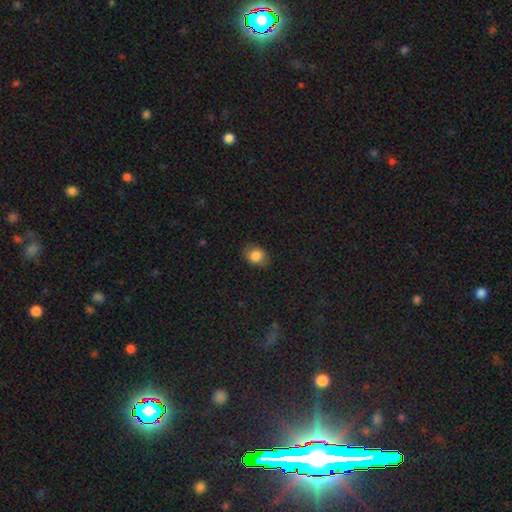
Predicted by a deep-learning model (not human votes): A smooth galaxy with no disk features (83%) that is in between round and cigar-shaped (54%).

Vote fractions:
- Smooth or featured? smooth: 83% / star or artifact: 9% / featured or disk: 8%
- How rounded? in between: 54% / round: 44% / cigar-shaped: 1%
- Merging? none: 79% / minor disturbance: 16% / major disturbance: 4% / merger: 1%